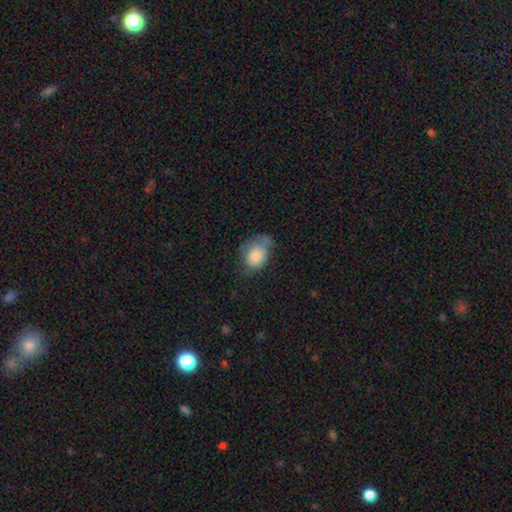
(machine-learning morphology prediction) A smooth galaxy with no disk features (79%) that is in between round and cigar-shaped (70%). Merging: none (37%).